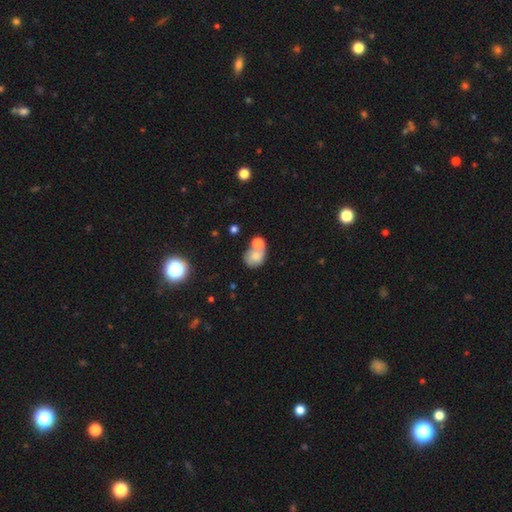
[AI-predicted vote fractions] A smooth galaxy with no disk features (68%) that is round (58%).

Vote fractions:
- Smooth or featured? smooth: 68% / featured or disk: 21% / star or artifact: 12%
- How rounded? round: 58% / in between: 41% / cigar-shaped: 1%
- Merging? merger: 43% / none: 35% / minor disturbance: 15% / major disturbance: 7%